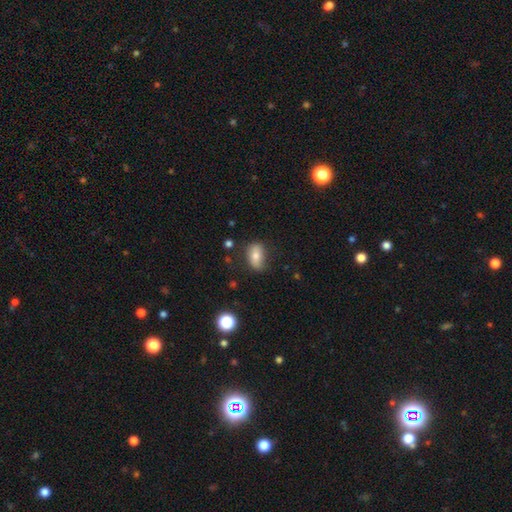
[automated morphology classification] Overall: smooth (72%). How rounded: in between (86%). Merging: none (71%).